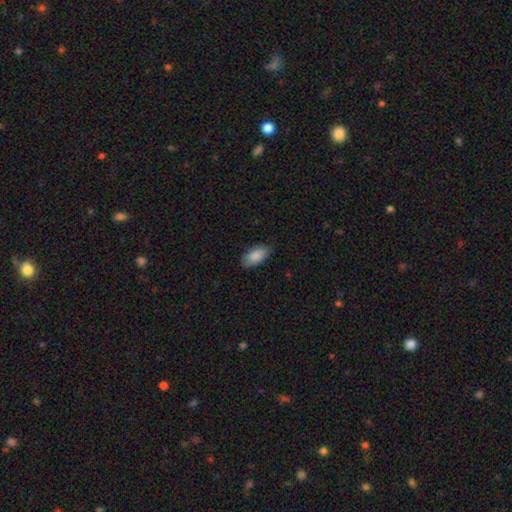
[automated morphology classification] smooth_or_featured: smooth (p=0.89) [alt: star or artifact p=0.06]
how_rounded: in between (p=0.93) [alt: cigar-shaped p=0.05]
merging: none (p=0.85) [alt: minor disturbance p=0.12]